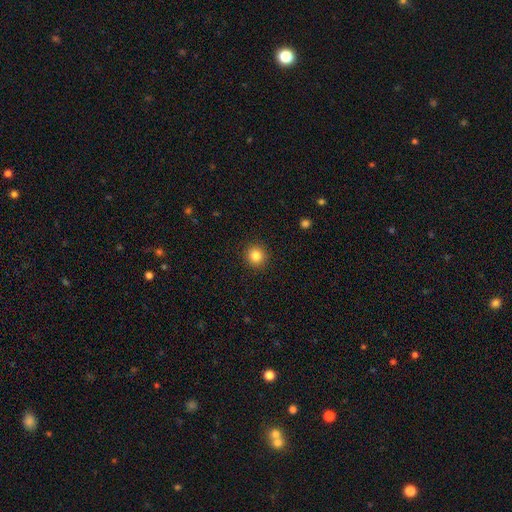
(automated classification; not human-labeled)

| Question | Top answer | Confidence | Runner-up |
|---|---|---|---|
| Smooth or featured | smooth | 84% | star or artifact (11%) |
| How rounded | round | 93% | in between (6%) |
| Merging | none | 92% | minor disturbance (5%) |